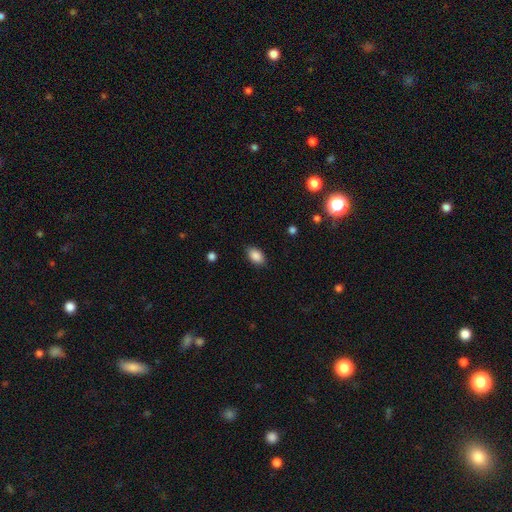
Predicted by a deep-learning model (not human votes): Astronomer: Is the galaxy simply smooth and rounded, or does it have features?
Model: smooth — 88%.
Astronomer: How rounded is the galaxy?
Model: in between — 89%.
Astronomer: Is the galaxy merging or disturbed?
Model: none — 86%.